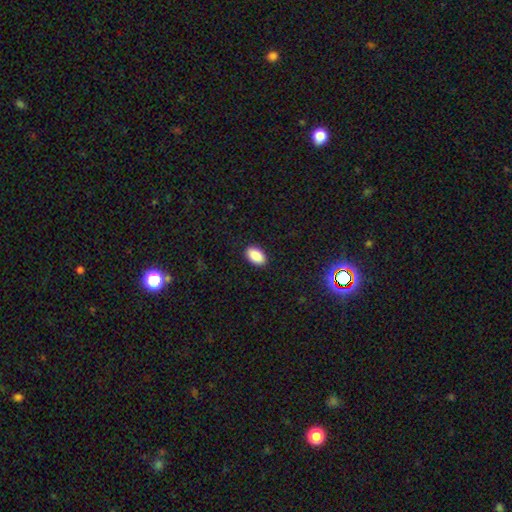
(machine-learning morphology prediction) This appears to be a smooth galaxy with no disk features (90%) that is in between round and cigar-shaped (93%). Merging: none (90%).